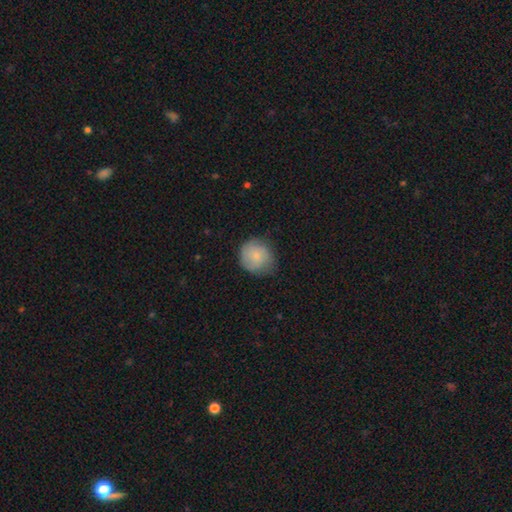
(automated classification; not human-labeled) smooth 77%, featured or disk 16%, star or artifact 7%. Down the decision tree: how rounded — round (87%); merging — none (67%).